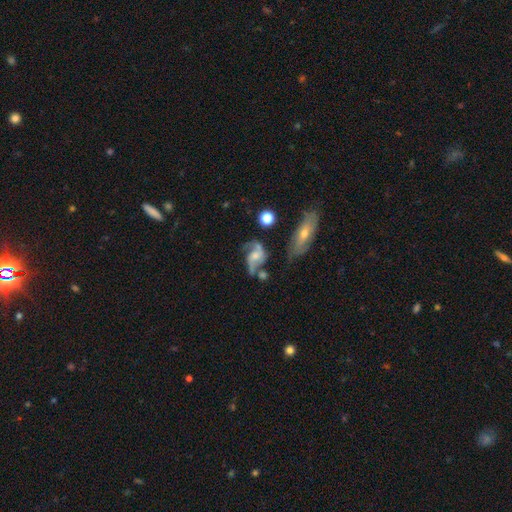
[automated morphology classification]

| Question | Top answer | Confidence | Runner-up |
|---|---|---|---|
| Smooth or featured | featured or disk | 81% | smooth (12%) |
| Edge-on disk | no | 96% | yes (4%) |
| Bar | no | 57% | weak (35%) |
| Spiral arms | yes | 93% | no (7%) |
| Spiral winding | loose | 50% | medium (40%) |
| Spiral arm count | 2 | 86% | can't tell (5%) |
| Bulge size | moderate | 39% | small (32%) |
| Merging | none | 43% | minor disturbance (22%) |